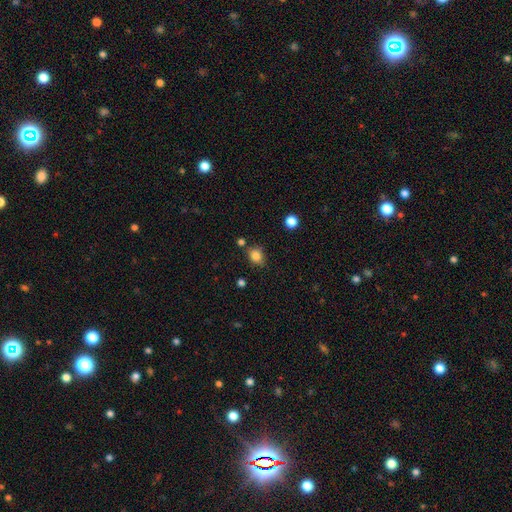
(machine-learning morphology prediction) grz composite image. It shows a smooth galaxy with no disk features (83%) that is round (58%). Merging: none (72%).